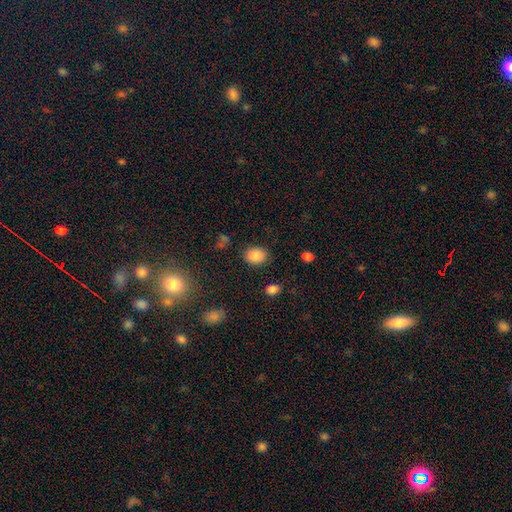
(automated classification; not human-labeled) Smooth or featured?
  - smooth: 86% *
  - star or artifact: 9%
  - featured or disk: 4%
How rounded?
  - in between: 56% *
  - round: 43%
  - cigar-shaped: 1%
Merging?
  - none: 85% *
  - minor disturbance: 10%
  - major disturbance: 3%
  - merger: 2%